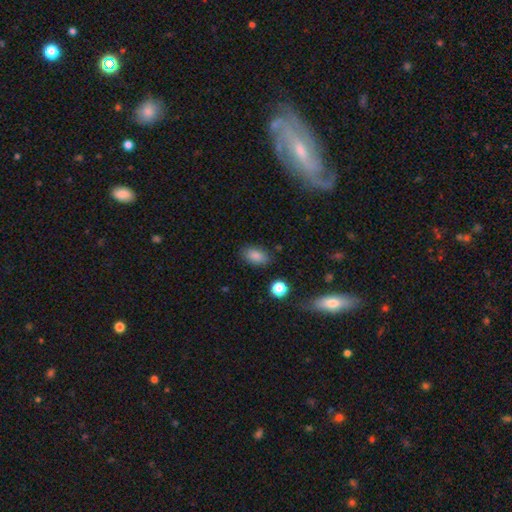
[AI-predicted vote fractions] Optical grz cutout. It shows a smooth galaxy with no disk features (86%) that is in between round and cigar-shaped (88%). Merging: none (82%).